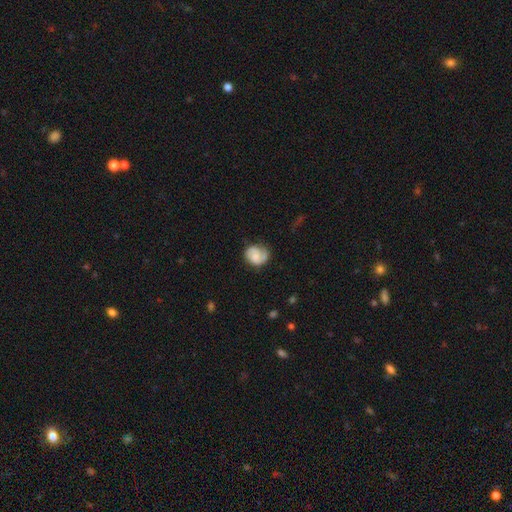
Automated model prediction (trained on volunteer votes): Smooth or featured? featured or disk (50%)
Edge-on disk? no (98%)
Merging? none (59%)